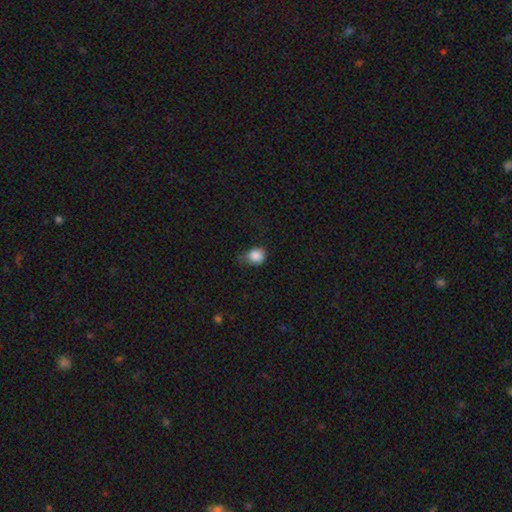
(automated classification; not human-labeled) A smooth galaxy with no disk features (86%) that is round (65%). Merging: minor disturbance (41%).